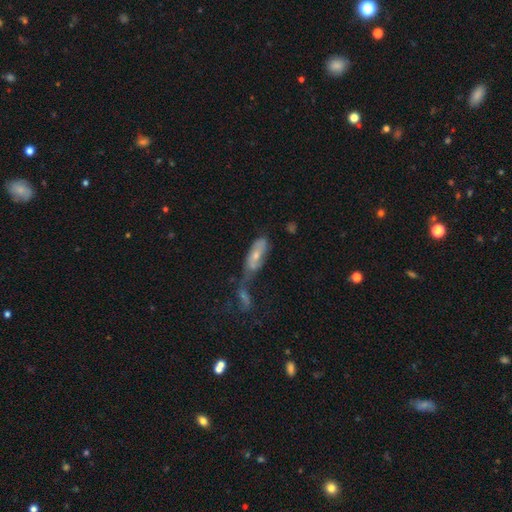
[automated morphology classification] Smooth or featured? smooth (52%)
How rounded? in between (64%)
Merging? merger (51%)